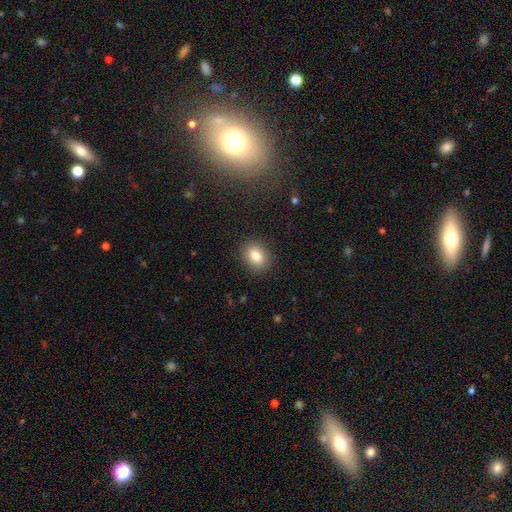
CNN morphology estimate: This appears to be a smooth galaxy with no disk features (83%) that is in between round and cigar-shaped (60%). Merging: none (88%).